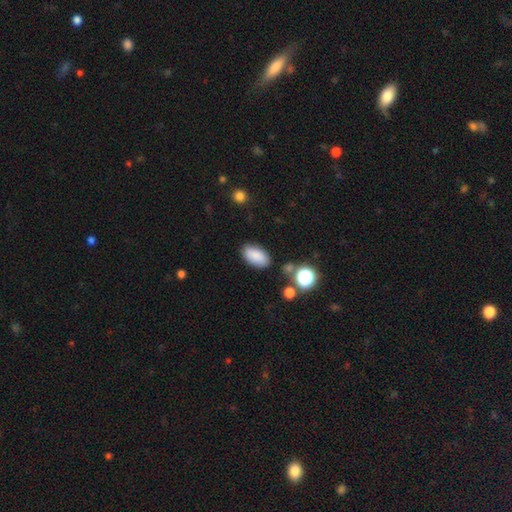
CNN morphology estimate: This appears to be a smooth galaxy with no disk features (86%) that is in between round and cigar-shaped (93%). Merging: none (83%).